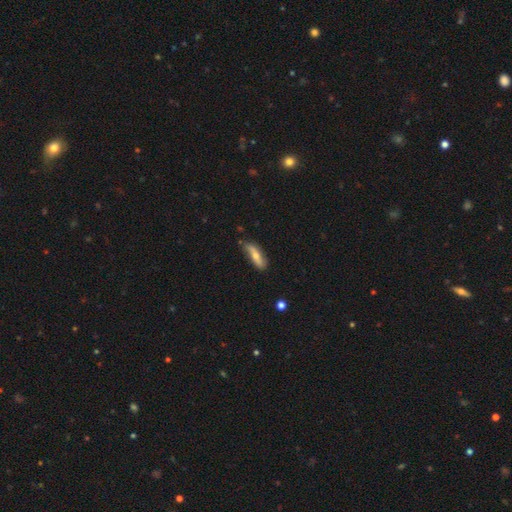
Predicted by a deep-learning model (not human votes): smooth_or_featured: smooth (p=0.56) [alt: featured or disk p=0.37]
how_rounded: cigar-shaped (p=0.56) [alt: in between p=0.41]
merging: none (p=0.65) [alt: minor disturbance p=0.26]